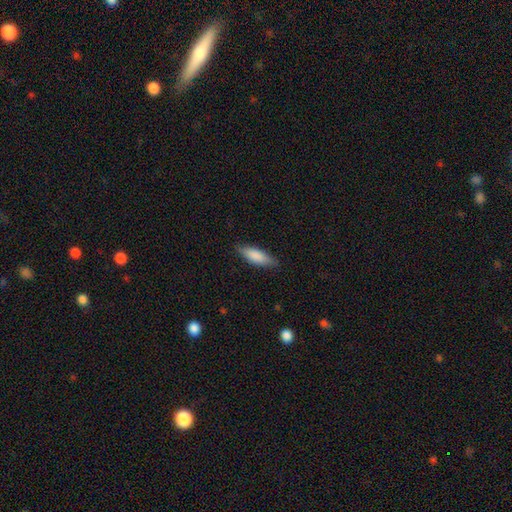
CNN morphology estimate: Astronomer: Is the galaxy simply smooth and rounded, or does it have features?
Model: smooth — 82%.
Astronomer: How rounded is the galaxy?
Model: in between — 53% (runner-up: cigar-shaped, 45%).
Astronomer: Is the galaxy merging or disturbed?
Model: none — 82%.